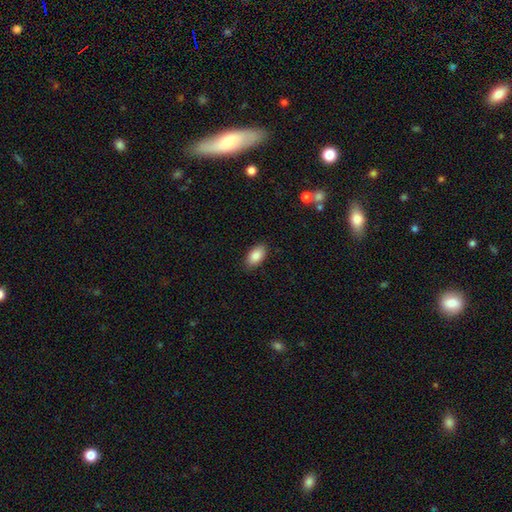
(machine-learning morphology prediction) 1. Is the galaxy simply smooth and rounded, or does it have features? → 86% smooth, 7% star or artifact, 7% featured or disk.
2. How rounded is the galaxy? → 93% in between, 5% round, 2% cigar-shaped.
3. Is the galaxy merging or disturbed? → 87% none, 10% minor disturbance, 2% major disturbance, 1% merger.